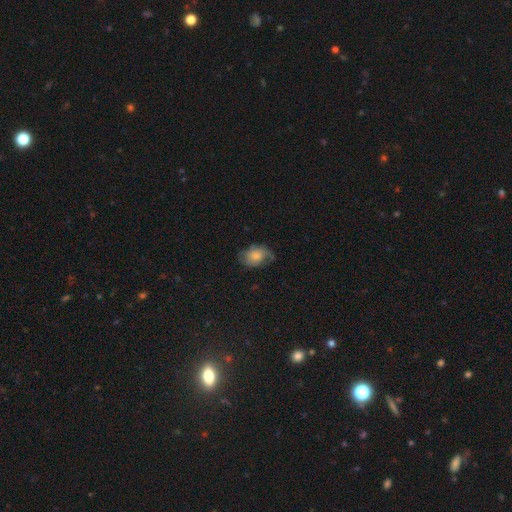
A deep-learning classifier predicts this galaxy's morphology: Q: Smooth or featured?
A: smooth (53%); runner-up: featured or disk (39%)
Q: How rounded?
A: in between (70%); runner-up: round (29%)
Q: Merging?
A: none (50%); runner-up: minor disturbance (30%)